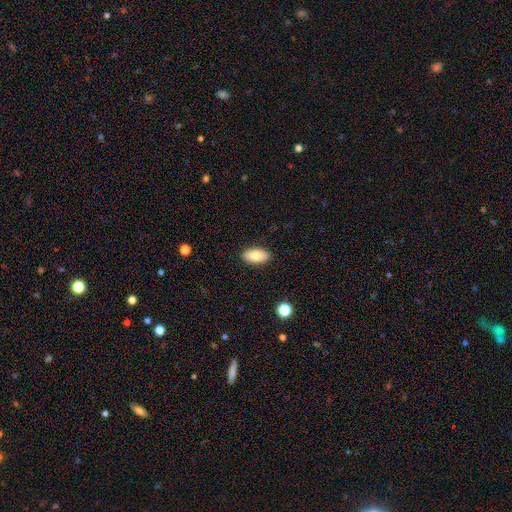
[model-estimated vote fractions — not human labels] A smooth galaxy with no disk features (79%) that is in between round and cigar-shaped (91%). Merging: none (89%).